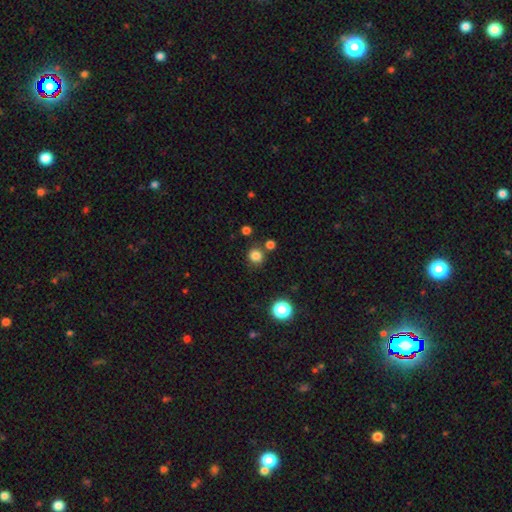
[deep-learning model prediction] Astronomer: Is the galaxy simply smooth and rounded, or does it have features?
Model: smooth — 82%.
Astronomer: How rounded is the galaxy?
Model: round — 90%.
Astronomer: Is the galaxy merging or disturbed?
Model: none — 81%.